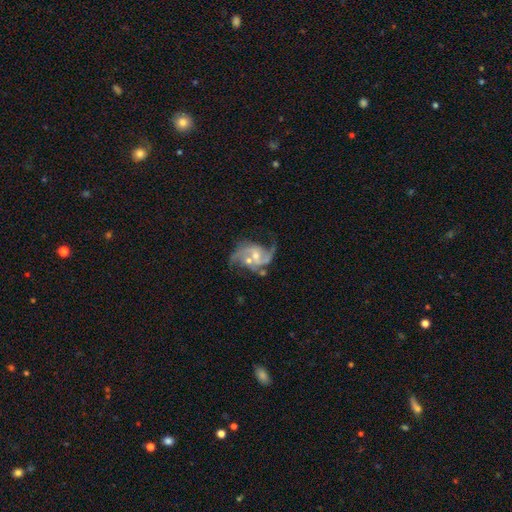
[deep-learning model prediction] smooth_or_featured: featured or disk (p=0.87) [alt: star or artifact p=0.07]
disk_edge_on: no (p=0.98) [alt: yes p=0.02]
bar: no (p=0.51) [alt: weak p=0.38]
has_spiral_arms: yes (p=0.95) [alt: no p=0.05]
spiral_winding: loose (p=0.45) [alt: medium p=0.44]
spiral_arm_count: 2 (p=0.74) [alt: 3 p=0.12]
bulge_size: moderate (p=0.49) [alt: small p=0.44]
merging: none (p=0.46) [alt: merger p=0.19]